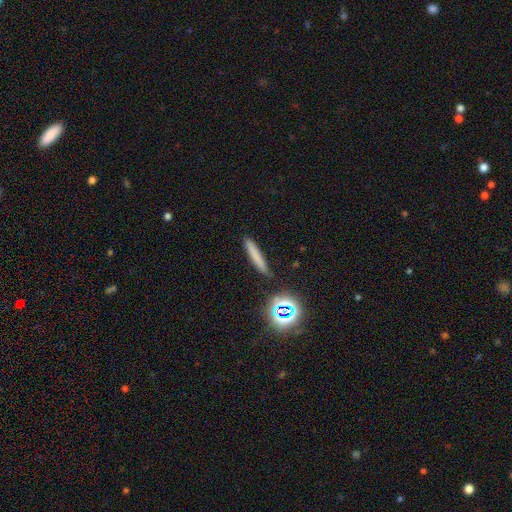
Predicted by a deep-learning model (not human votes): Smooth or featured: smooth — 70% (featured or disk — 15%)
How rounded: cigar-shaped — 93% (in between — 4%)
Merging: none — 87% (minor disturbance — 8%)